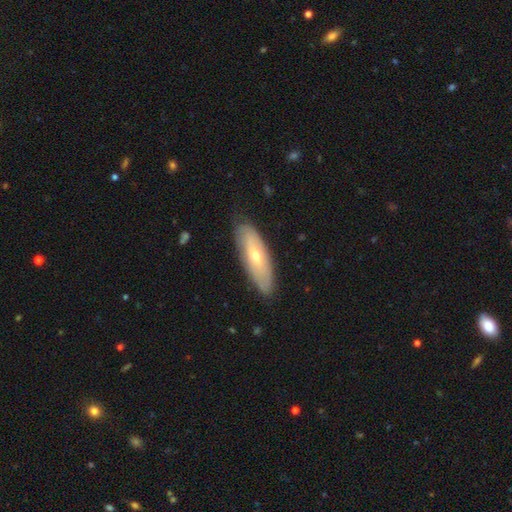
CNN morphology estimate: type=smooth (48%); merging=none (83%).